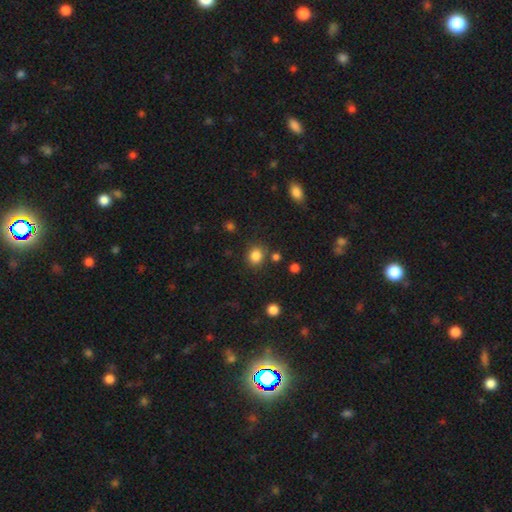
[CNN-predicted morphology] Overall: smooth (84%). How rounded: round (75%). Merging: none (81%).